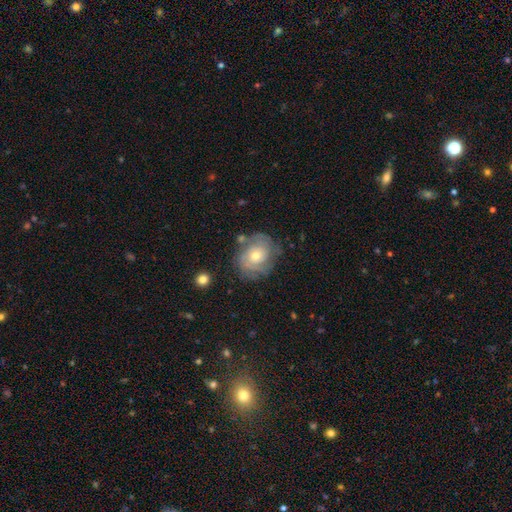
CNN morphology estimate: Overall: featured or disk (69%). Edge-on disk: no (97%). Bar: no (80%). Spiral arms: yes (86%). Spiral arm count: can't tell (45%; 2 24%). Spiral winding: tight (68%). Bulge size: moderate (56%; small 39%). Merging: none (71%).